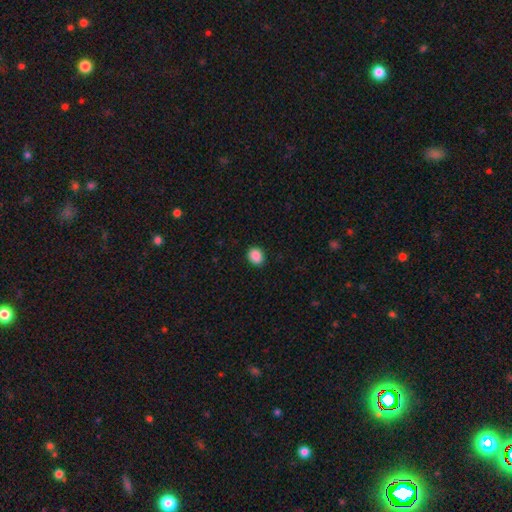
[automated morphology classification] Smooth or featured: smooth — 89% (star or artifact — 9%)
How rounded: round — 60% (in between — 39%)
Merging: none — 88% (minor disturbance — 9%)